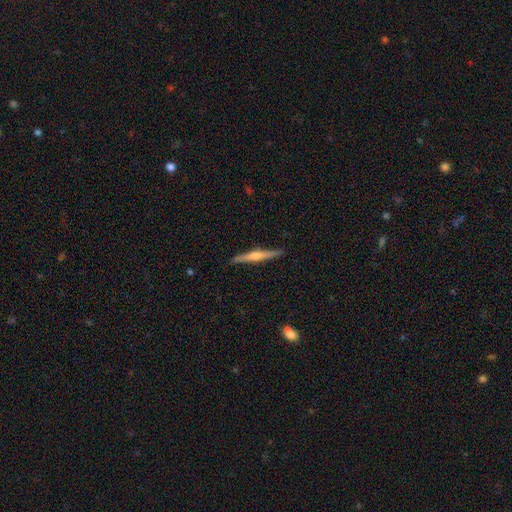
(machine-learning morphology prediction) A featured or disk galaxy (74%) viewed edge-on (98%) with a rounded central bulge (85%).

Vote fractions:
- Smooth or featured? featured or disk: 74% / smooth: 20% / star or artifact: 5%
- Edge-on disk? yes: 98% / no: 2%
- Edge-on bulge? rounded: 85% / boxy: 8% / none: 7%
- Merging? none: 91% / minor disturbance: 6% / major disturbance: 1% / merger: 1%